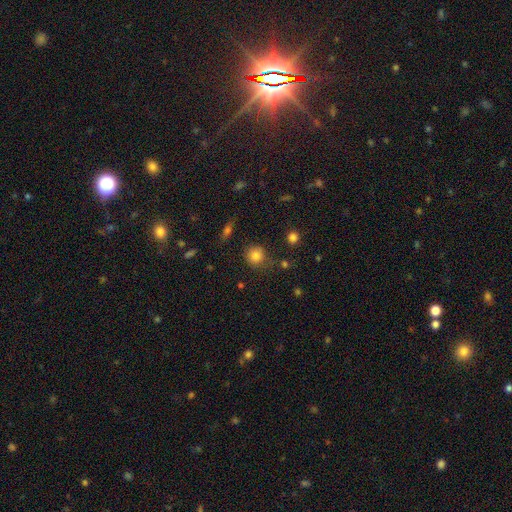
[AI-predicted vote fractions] A smooth galaxy with no disk features (82%) that is round (89%).

Vote fractions:
- Smooth or featured? smooth: 82% / star or artifact: 12% / featured or disk: 6%
- How rounded? round: 89% / in between: 10% / cigar-shaped: 1%
- Merging? none: 77% / minor disturbance: 15% / major disturbance: 5% / merger: 4%